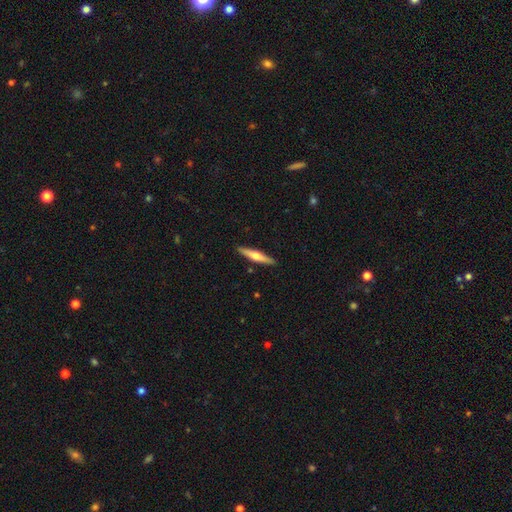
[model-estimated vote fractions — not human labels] A featured or disk galaxy (54%) viewed edge-on (96%) with a rounded central bulge (88%). Merging: none (91%).